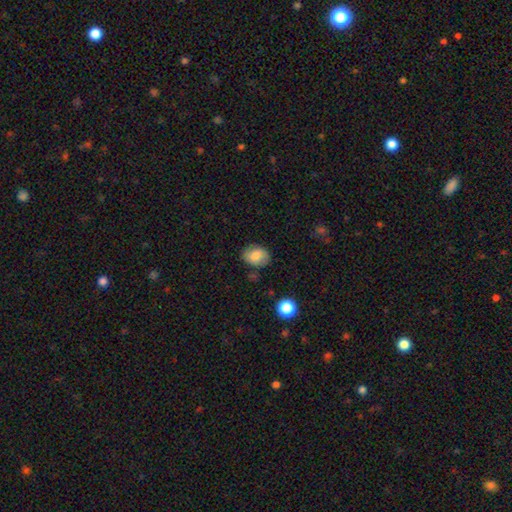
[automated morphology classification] A smooth galaxy with no disk features (80%) that is in between round and cigar-shaped (62%). Merging: none (80%).